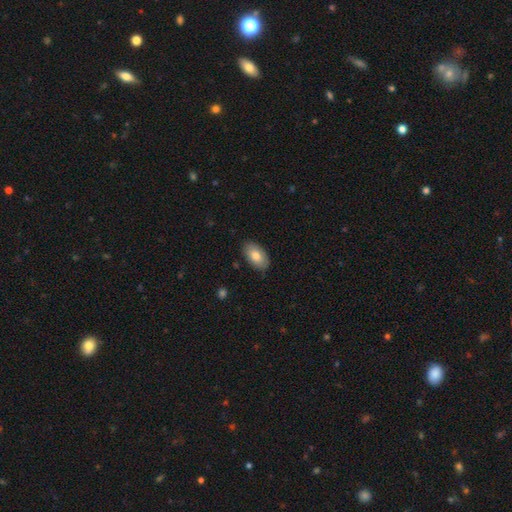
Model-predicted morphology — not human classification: This appears to be a smooth galaxy with no disk features (79%) that is in between round and cigar-shaped (94%). Merging: none (85%).